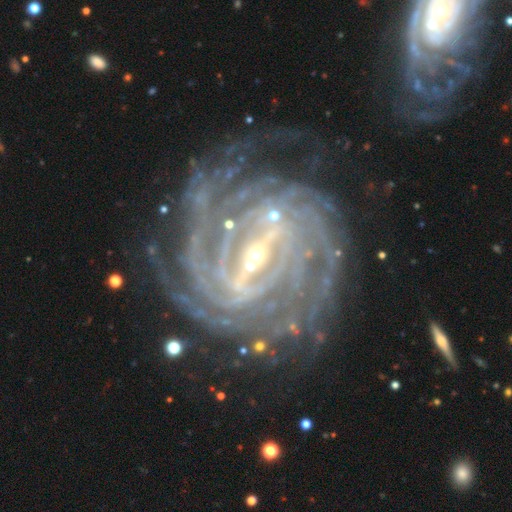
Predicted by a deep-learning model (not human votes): Smooth or featured: featured or disk — 92% (star or artifact — 5%)
Edge-on disk: no — 97% (yes — 3%)
Bar: strong — 68% (weak — 24%)
Spiral arms: yes — 98% (no — 2%)
Spiral winding: tight — 83% (medium — 15%)
Spiral arm count: more than 4 — 29% (4 — 25%)
Bulge size: small — 68% (moderate — 26%)
Merging: none — 72% (minor disturbance — 15%)